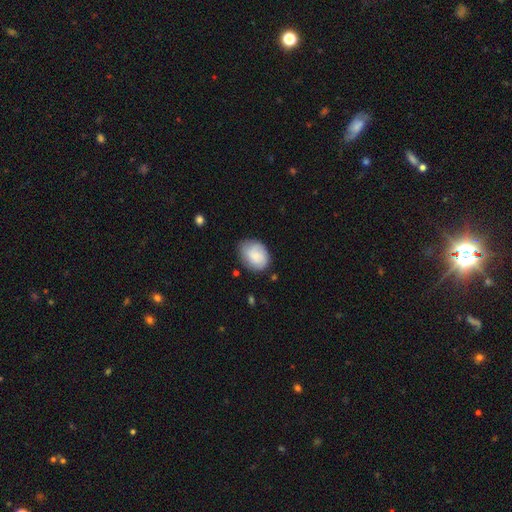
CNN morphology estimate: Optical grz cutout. It shows a smooth galaxy with no disk features (71%) that is in between round and cigar-shaped (66%). Merging: none (68%).